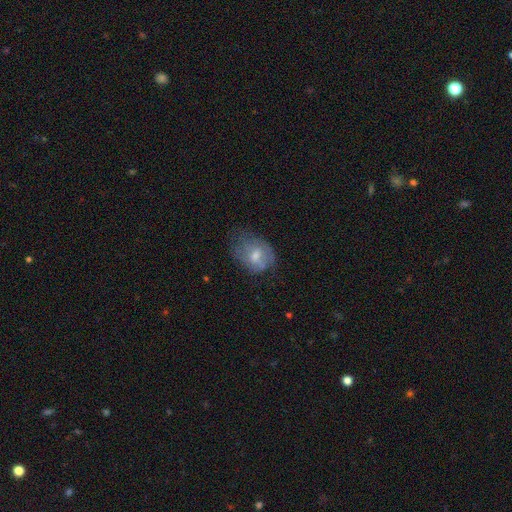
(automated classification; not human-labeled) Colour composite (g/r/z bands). It shows a smooth galaxy with no disk features (48%). Merging: none (45%).